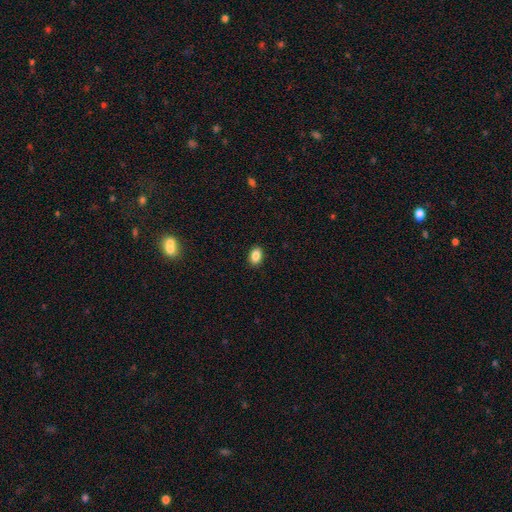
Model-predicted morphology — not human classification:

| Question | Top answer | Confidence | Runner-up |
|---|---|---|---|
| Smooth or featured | smooth | 88% | star or artifact (9%) |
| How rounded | in between | 85% | round (14%) |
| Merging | none | 90% | minor disturbance (7%) |